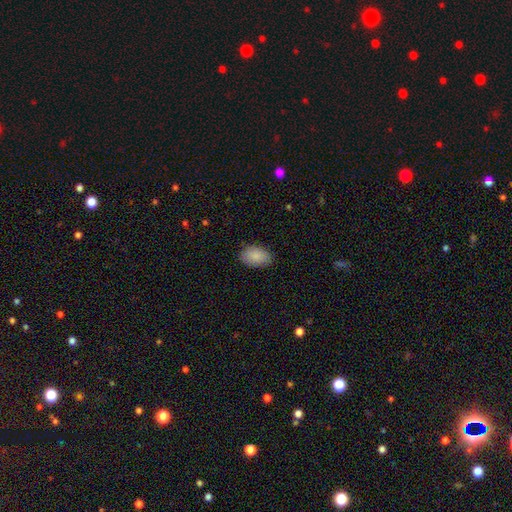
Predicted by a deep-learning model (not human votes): smooth_or_featured: smooth (p=0.87) [alt: featured or disk p=0.06]
how_rounded: in between (p=0.90) [alt: round p=0.09]
merging: none (p=0.82) [alt: minor disturbance p=0.14]